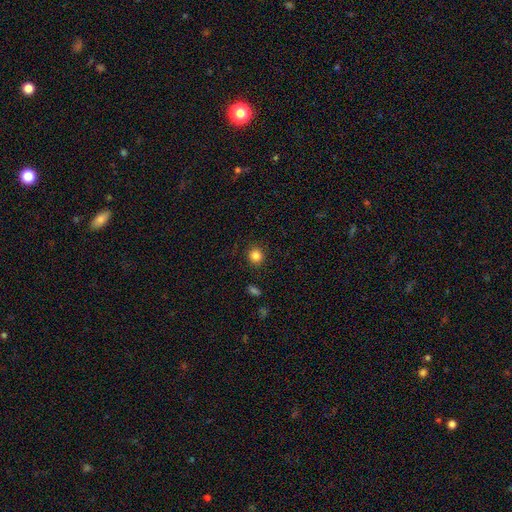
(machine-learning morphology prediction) type=smooth (84%); roundness=round (91%); merging=none (90%).